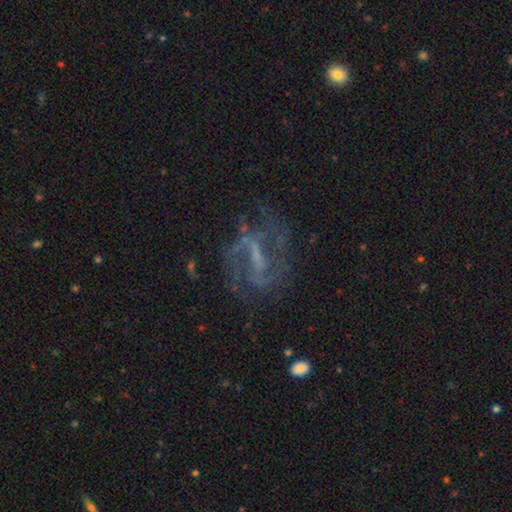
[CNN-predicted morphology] Smooth or featured?
  - featured or disk: 79% *
  - star or artifact: 12%
  - smooth: 8%
Edge-on disk?
  - no: 95% *
  - yes: 5%
Bar?
  - strong: 47% *
  - weak: 38%
  - no: 15%
Spiral arms?
  - yes: 89% *
  - no: 11%
Spiral winding?
  - medium: 50% *
  - loose: 29%
  - tight: 21%
Spiral arm count?
  - 2: 71% *
  - can't tell: 15%
  - 3: 6%
  - 1: 4%
  - 4: 2%
  - more than 4: 2%
Bulge size?
  - none: 49% *
  - small: 33%
  - moderate: 15%
  - large: 3%
  - dominant: 1%
Merging?
  - none: 63% *
  - major disturbance: 18%
  - minor disturbance: 16%
  - merger: 3%